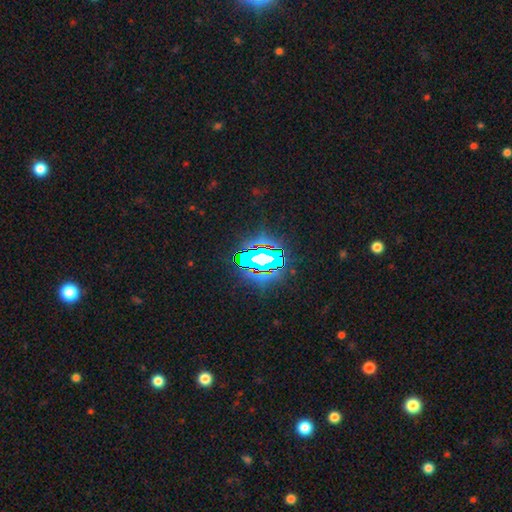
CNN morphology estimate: This is likely a star or artifact rather than a galaxy (72%).